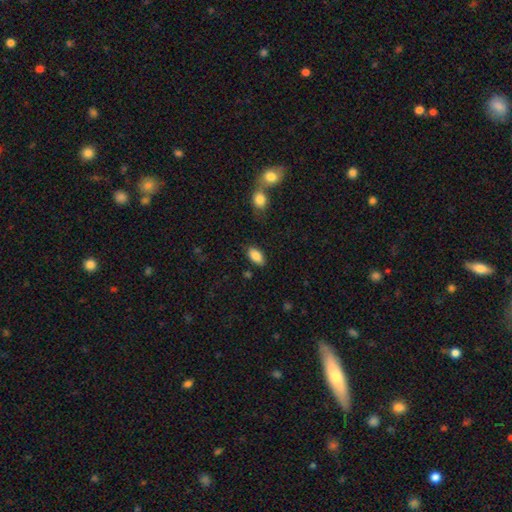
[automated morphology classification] Smooth or featured: smooth — 86% (star or artifact — 7%)
How rounded: in between — 92% (cigar-shaped — 5%)
Merging: none — 84% (minor disturbance — 11%)